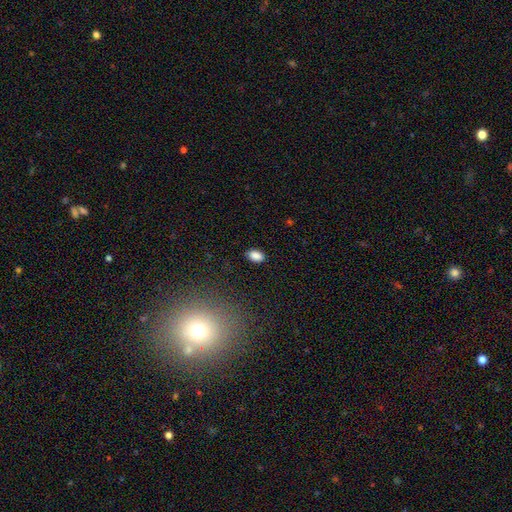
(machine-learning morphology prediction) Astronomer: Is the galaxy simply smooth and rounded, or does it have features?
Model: smooth — 87%.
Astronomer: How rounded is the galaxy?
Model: in between — 89%.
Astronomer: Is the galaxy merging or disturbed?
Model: none — 86%.